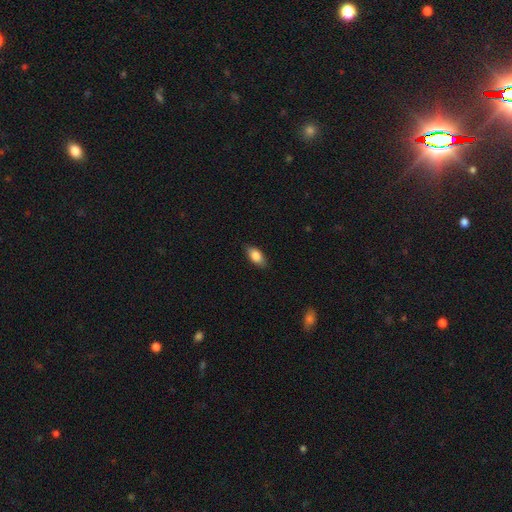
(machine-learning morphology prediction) smooth 83%, featured or disk 10%, star or artifact 7%. Down the decision tree: how rounded — in between (87%); merging — none (84%).